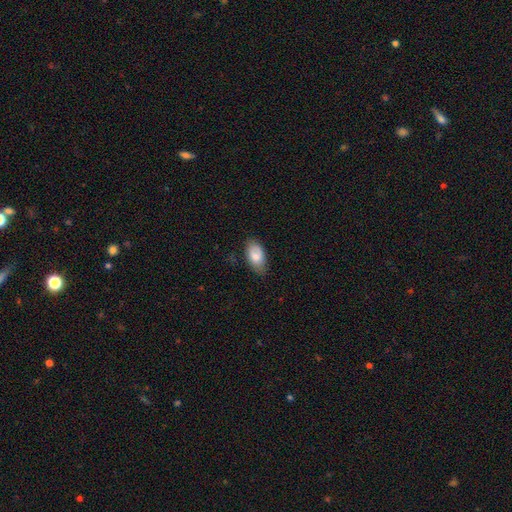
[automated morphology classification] smooth_or_featured: smooth (p=0.79) [alt: featured or disk p=0.15]
how_rounded: in between (p=0.93) [alt: round p=0.04]
merging: none (p=0.72) [alt: minor disturbance p=0.23]